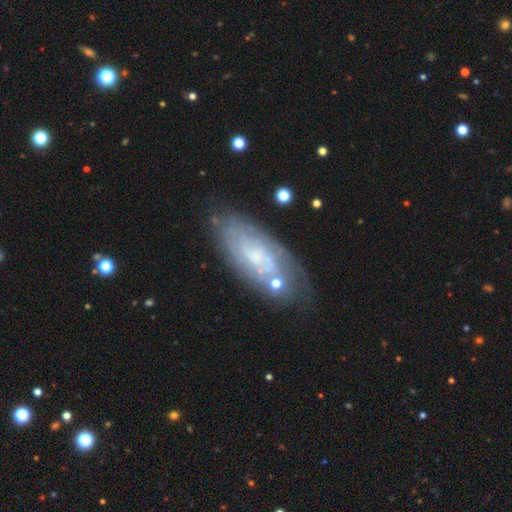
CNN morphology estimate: type=featured or disk (64%); edge-on=no (87%); bar=no (63%); spiral arms=yes (78%); bulge=small (55%); merging=none (70%).